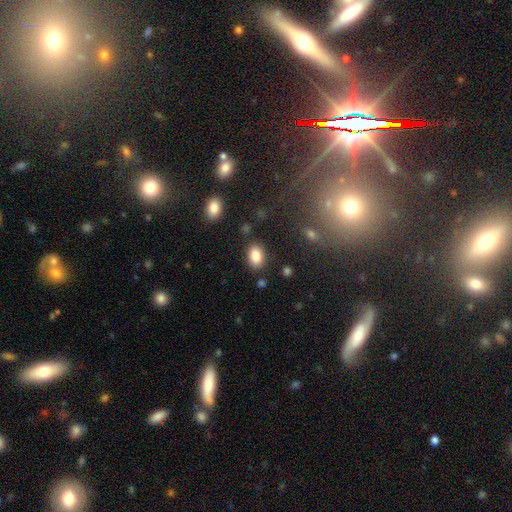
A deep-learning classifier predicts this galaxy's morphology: Smooth or featured: smooth — 86% (star or artifact — 8%)
How rounded: in between — 84% (round — 15%)
Merging: none — 84% (minor disturbance — 10%)